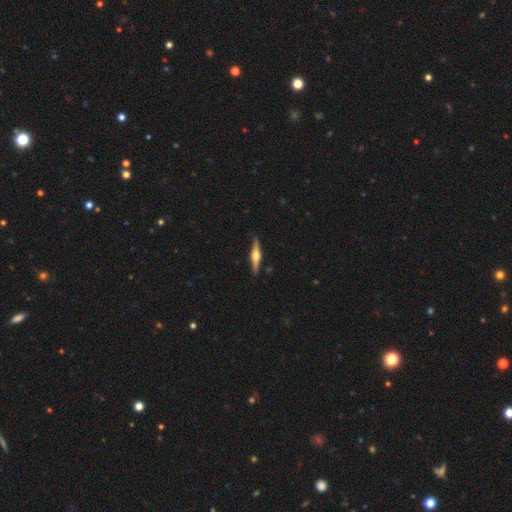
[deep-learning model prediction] smooth_or_featured: featured or disk (p=0.76) [alt: smooth p=0.19]
disk_edge_on: yes (p=0.98) [alt: no p=0.02]
edge_on_bulge: rounded (p=0.93) [alt: boxy p=0.05]
merging: none (p=0.91) [alt: minor disturbance p=0.07]